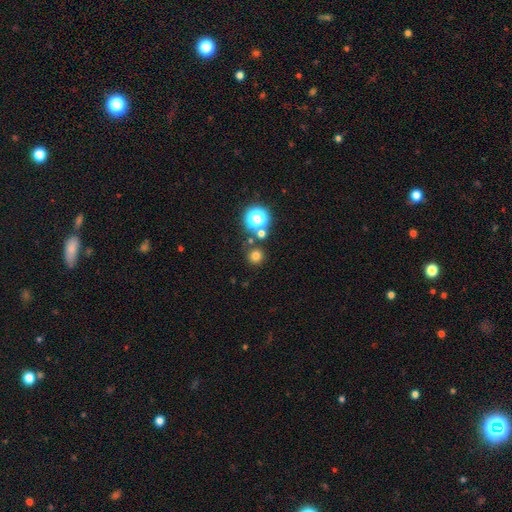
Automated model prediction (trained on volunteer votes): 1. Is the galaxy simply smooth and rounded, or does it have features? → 73% smooth, 21% star or artifact, 6% featured or disk.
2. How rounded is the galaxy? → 93% round, 6% in between, 1% cigar-shaped.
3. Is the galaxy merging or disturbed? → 81% none, 9% merger, 7% minor disturbance, 3% major disturbance.